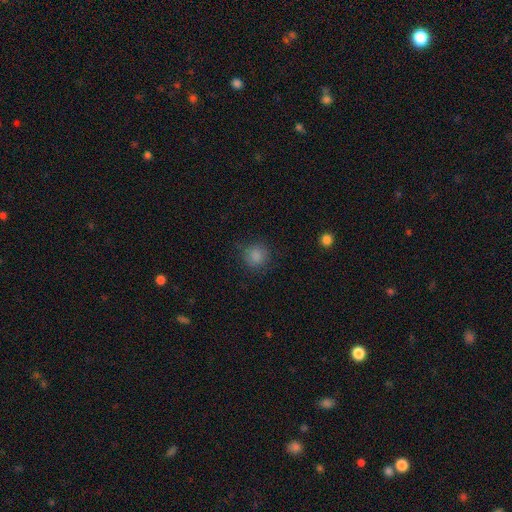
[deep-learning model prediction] A smooth galaxy with no disk features (84%) that is round (89%). Merging: none (80%).